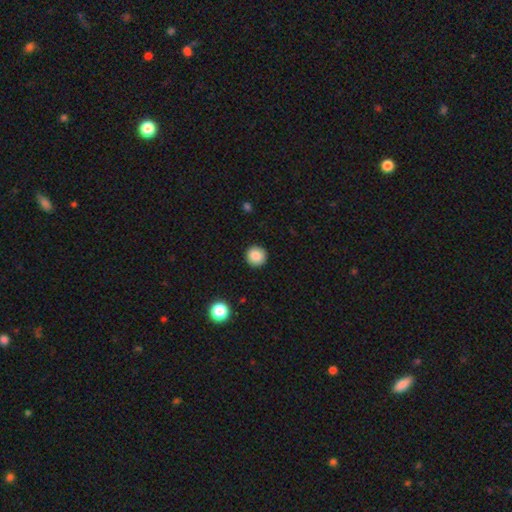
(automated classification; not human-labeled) This is clearly a smooth galaxy (87%). How rounded: clearly round (95%). Merging: clearly none (92%).